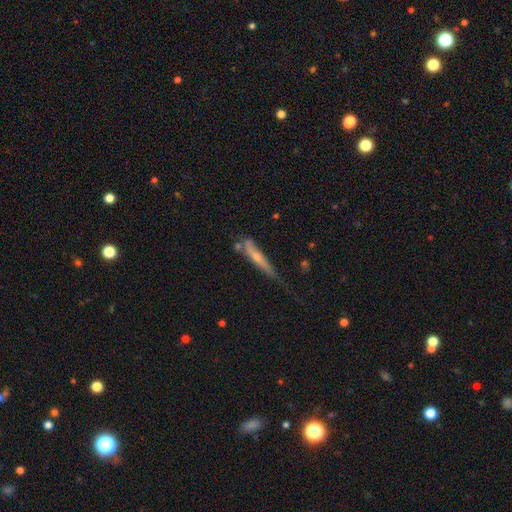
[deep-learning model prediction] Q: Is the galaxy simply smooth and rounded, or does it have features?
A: smooth — 47%.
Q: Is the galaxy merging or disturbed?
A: none — 43%.